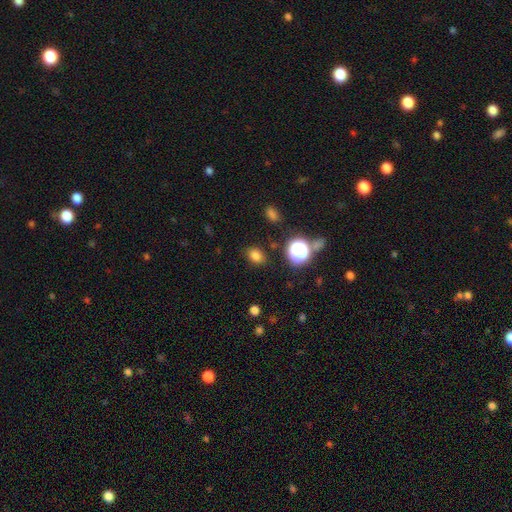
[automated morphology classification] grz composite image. It shows a smooth galaxy with no disk features (77%) that is in between round and cigar-shaped (57%). Merging: none (83%).